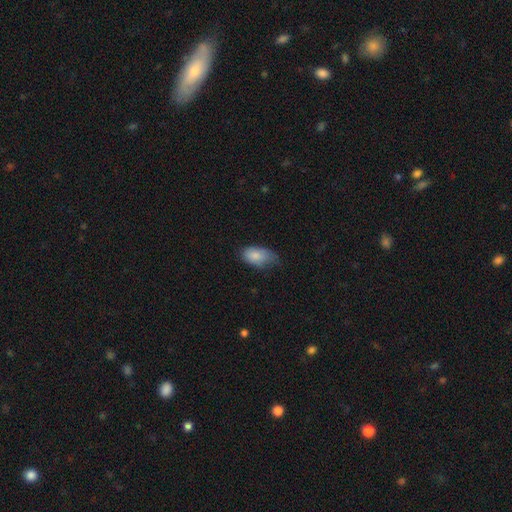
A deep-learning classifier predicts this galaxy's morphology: Smooth or featured?
  - smooth: 82% *
  - featured or disk: 11%
  - star or artifact: 7%
How rounded?
  - in between: 92% *
  - round: 5%
  - cigar-shaped: 3%
Merging?
  - none: 46% *
  - minor disturbance: 40%
  - major disturbance: 12%
  - merger: 2%